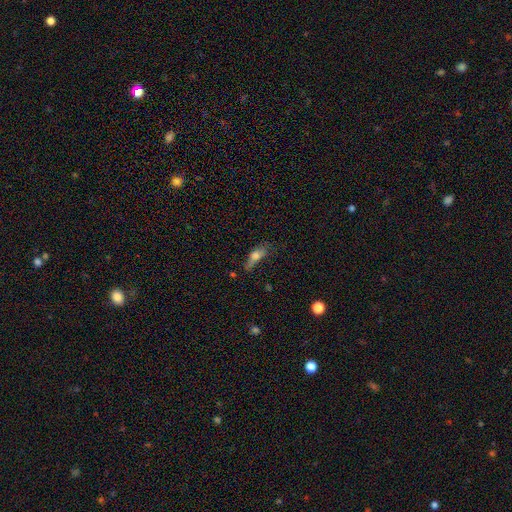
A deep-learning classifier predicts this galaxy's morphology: Overall: smooth (65%). How rounded: in between (58%; cigar-shaped 35%). Merging: none (39%; minor disturbance 32%).